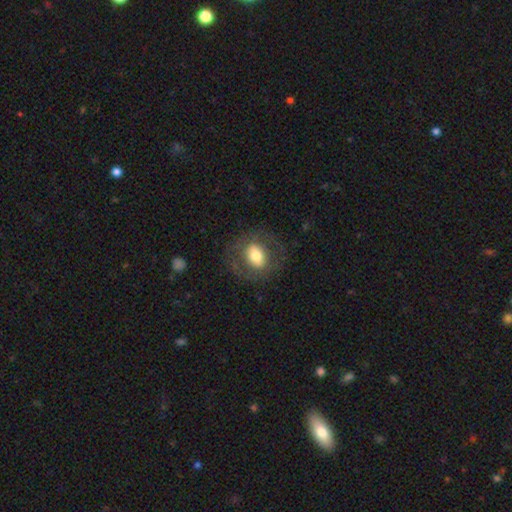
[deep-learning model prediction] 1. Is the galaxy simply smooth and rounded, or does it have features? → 56% smooth, 36% featured or disk, 8% star or artifact.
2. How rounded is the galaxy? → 55% in between, 44% round, 2% cigar-shaped.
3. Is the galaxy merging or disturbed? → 75% none, 13% minor disturbance, 11% major disturbance, 1% merger.